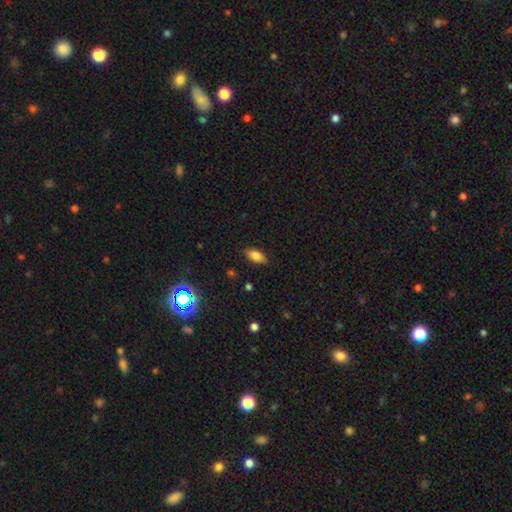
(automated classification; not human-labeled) A smooth galaxy with no disk features (81%) that is in between round and cigar-shaped (88%).

Vote fractions:
- Smooth or featured? smooth: 81% / star or artifact: 10% / featured or disk: 9%
- How rounded? in between: 88% / cigar-shaped: 8% / round: 4%
- Merging? none: 87% / minor disturbance: 10% / major disturbance: 2% / merger: 1%